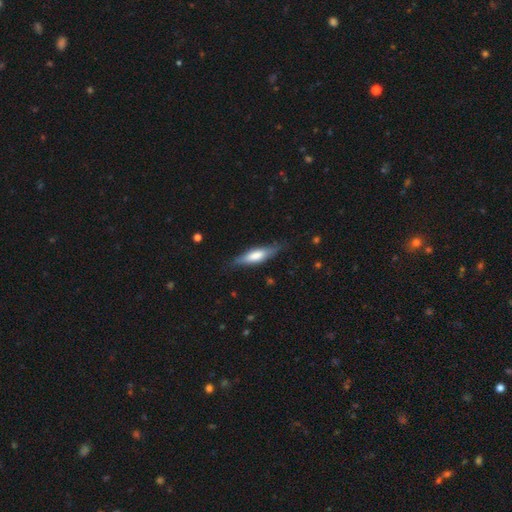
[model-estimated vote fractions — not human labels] This is possibly a smooth galaxy (56%). How rounded: likely cigar-shaped (64%). Merging: likely none (78%).